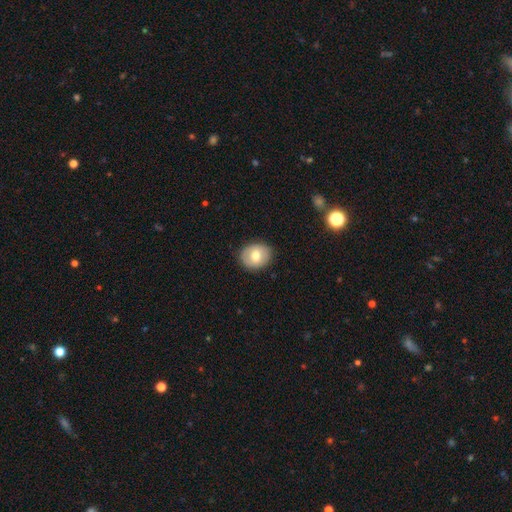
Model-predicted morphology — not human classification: smooth 72%, featured or disk 21%, star or artifact 8%. Down the decision tree: how rounded — round (57%); merging — none (87%).